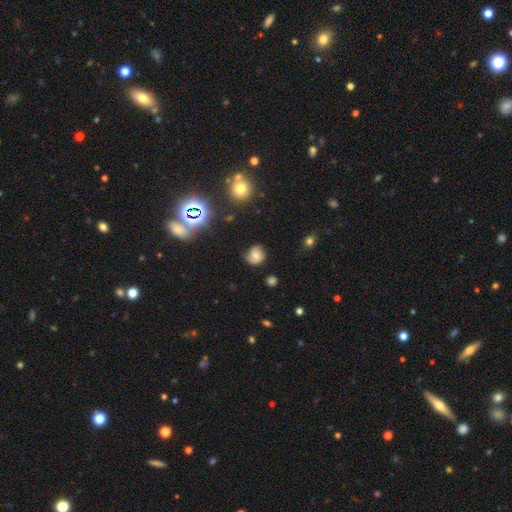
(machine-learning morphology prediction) This appears to be a smooth galaxy with no disk features (53%) that is round (72%). Merging: none (70%).